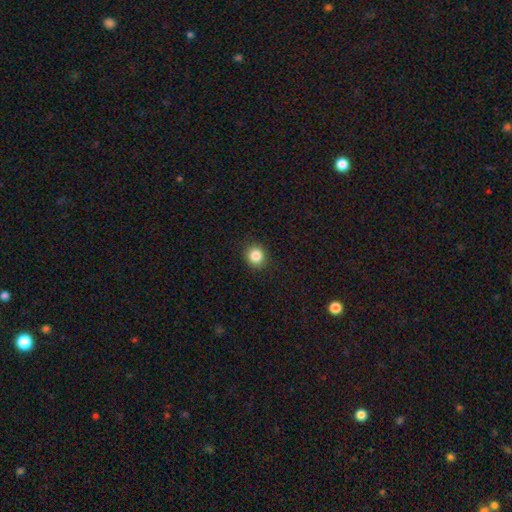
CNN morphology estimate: smooth_or_featured: smooth (p=0.85) [alt: star or artifact p=0.10]
how_rounded: round (p=0.87) [alt: in between p=0.13]
merging: none (p=0.91) [alt: minor disturbance p=0.07]